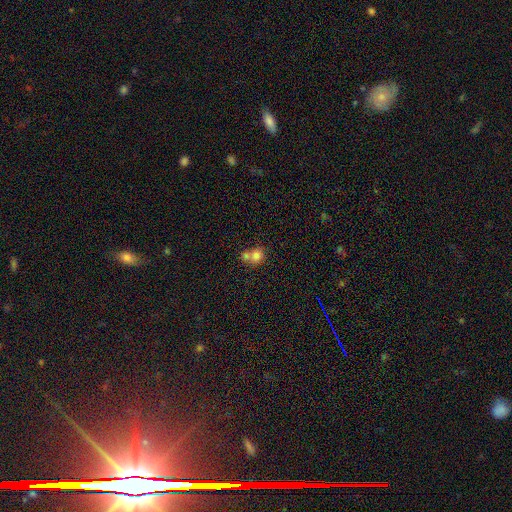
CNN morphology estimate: The model was most divided on "merging": merger: 56%, none: 33%, minor disturbance: 7%, major disturbance: 4%. More confident: smooth or featured — smooth (77%); how rounded — round (75%).